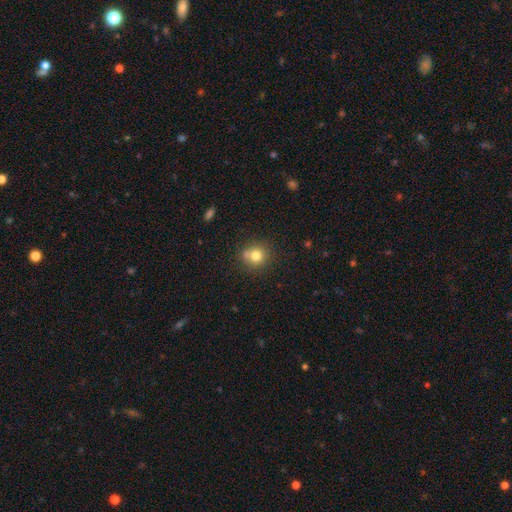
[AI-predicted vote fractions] smooth-or-featured: smooth: 76% | star or artifact: 12% | featured or disk: 11%
  how-rounded: round: 85% | in between: 14% | cigar-shaped: 1%
  merging: none: 63% | merger: 20% | minor disturbance: 13% | major disturbance: 4%